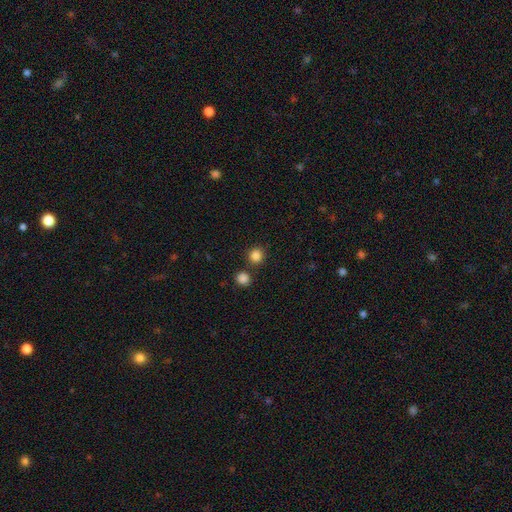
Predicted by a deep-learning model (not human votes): smooth 84%, star or artifact 12%, featured or disk 4%. Down the decision tree: how rounded — round (90%); merging — none (79%).